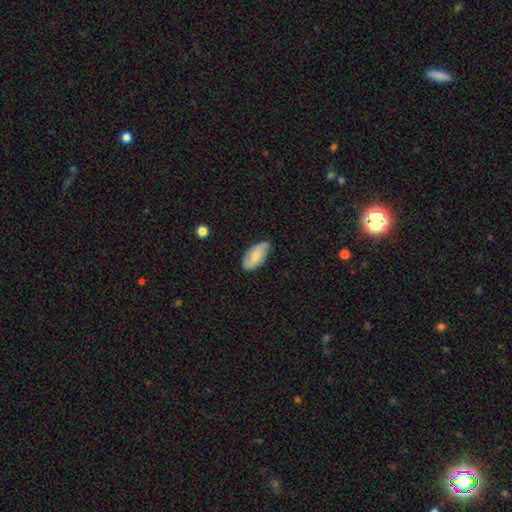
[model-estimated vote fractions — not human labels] Smooth or featured?
  - featured or disk: 49% *
  - smooth: 45%
  - star or artifact: 6%
Merging?
  - none: 75% *
  - minor disturbance: 20%
  - major disturbance: 4%
  - merger: 1%